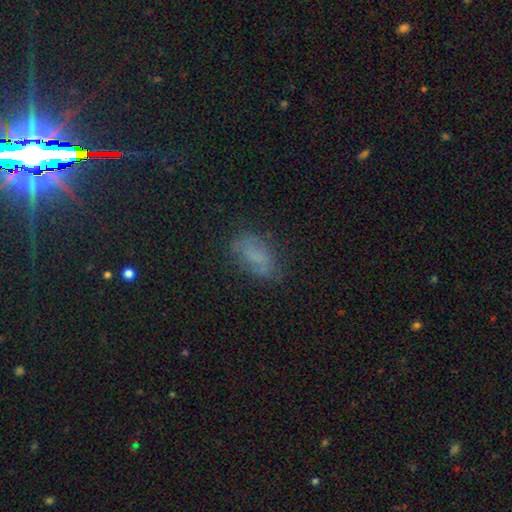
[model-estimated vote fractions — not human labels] smooth 61%, featured or disk 21%, star or artifact 17%. Down the decision tree: how rounded — in between (89%); merging — none (66%).